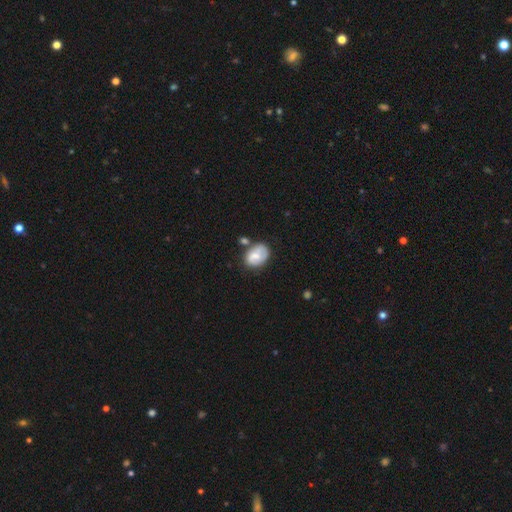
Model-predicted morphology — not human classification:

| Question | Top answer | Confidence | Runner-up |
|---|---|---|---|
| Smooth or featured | smooth | 63% | featured or disk (30%) |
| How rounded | in between | 75% | round (24%) |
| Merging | none | 46% | minor disturbance (27%) |